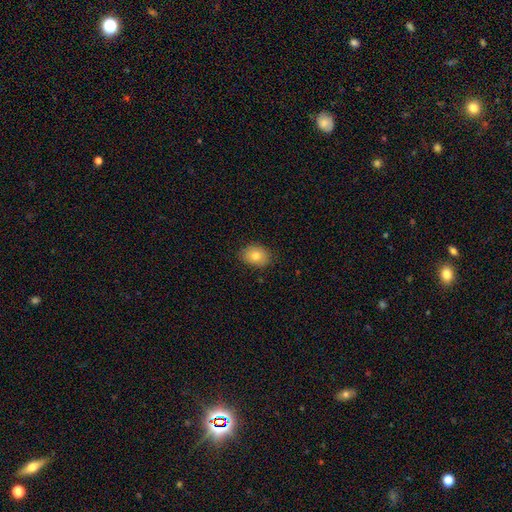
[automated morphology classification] smooth 81%, featured or disk 10%, star or artifact 9%. Down the decision tree: how rounded — in between (68%); merging — none (86%).